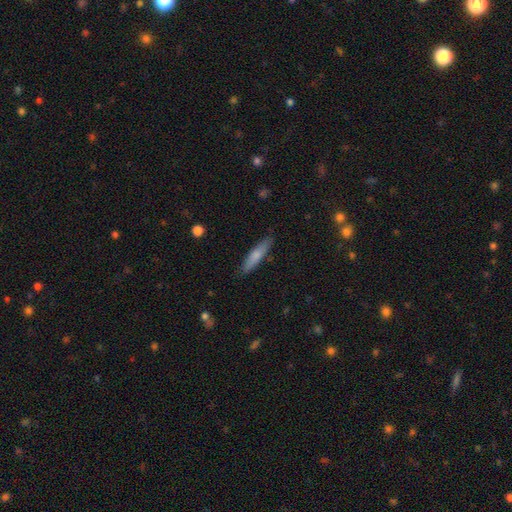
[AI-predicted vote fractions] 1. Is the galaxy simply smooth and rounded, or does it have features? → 73% smooth, 22% featured or disk, 6% star or artifact.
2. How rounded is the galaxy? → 83% cigar-shaped, 15% in between, 1% round.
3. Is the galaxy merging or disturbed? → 86% none, 10% minor disturbance, 2% major disturbance, 1% merger.